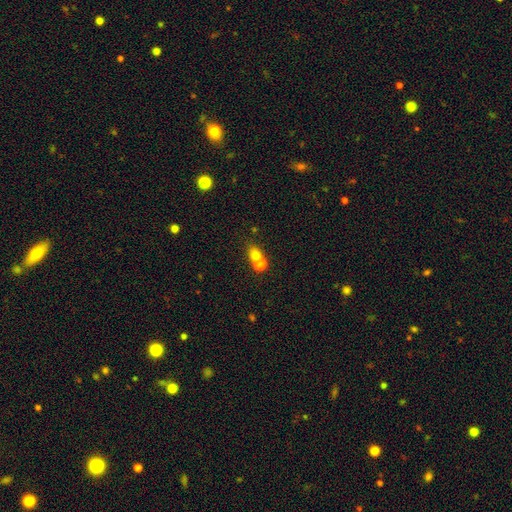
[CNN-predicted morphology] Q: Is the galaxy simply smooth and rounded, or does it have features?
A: smooth — 73%.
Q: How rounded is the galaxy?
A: round — 64%.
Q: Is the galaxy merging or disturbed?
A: merger — 61%.